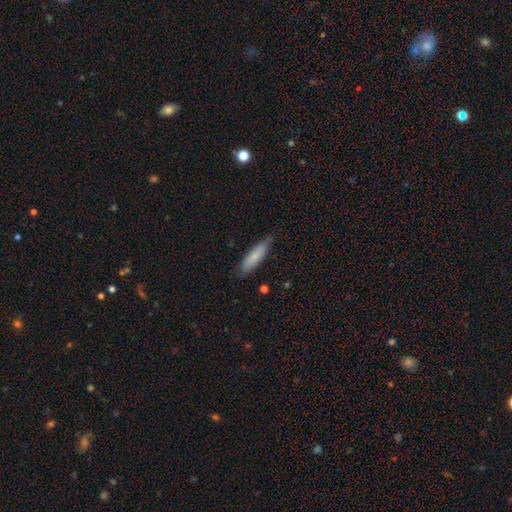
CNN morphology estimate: This appears to be a smooth galaxy with no disk features (79%) that is cigar-shaped (69%). Merging: none (76%).